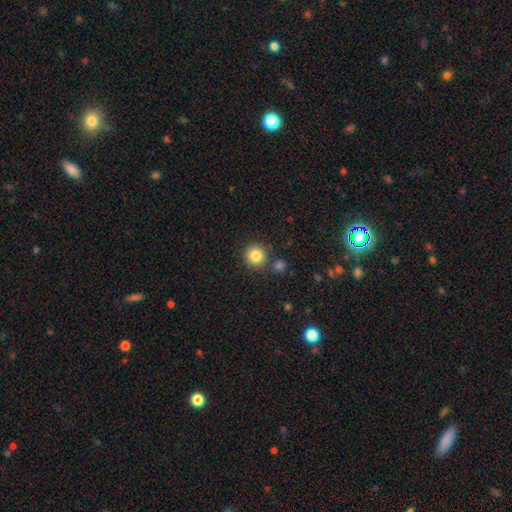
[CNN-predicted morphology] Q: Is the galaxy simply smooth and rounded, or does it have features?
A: smooth — 84%.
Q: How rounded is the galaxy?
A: round — 94%.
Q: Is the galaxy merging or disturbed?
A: none — 80%.